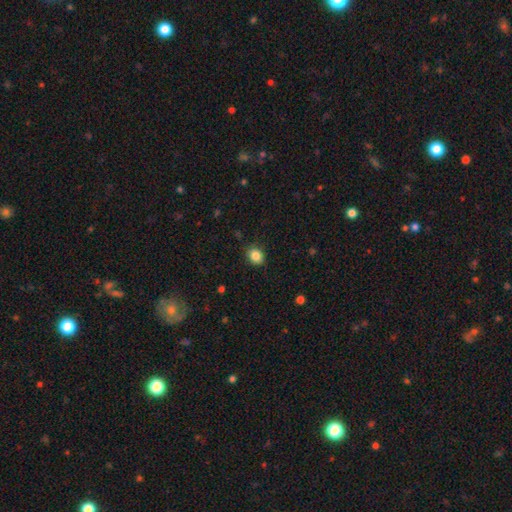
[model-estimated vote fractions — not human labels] This is clearly a smooth galaxy (85%). How rounded: possibly round (55%). Merging: clearly none (83%).